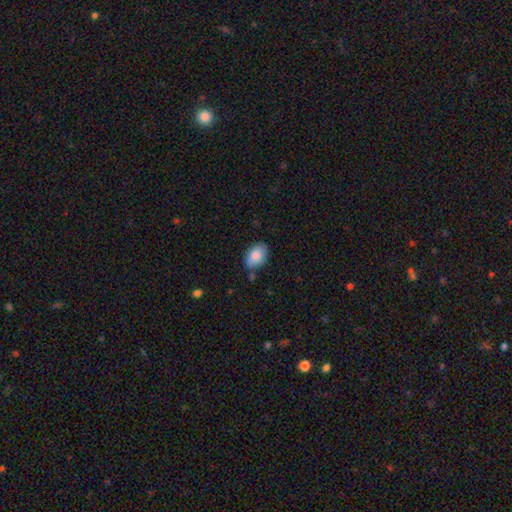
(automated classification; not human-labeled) smooth_or_featured: smooth (p=0.86) [alt: featured or disk p=0.07]
how_rounded: in between (p=0.89) [alt: round p=0.10]
merging: none (p=0.80) [alt: minor disturbance p=0.15]